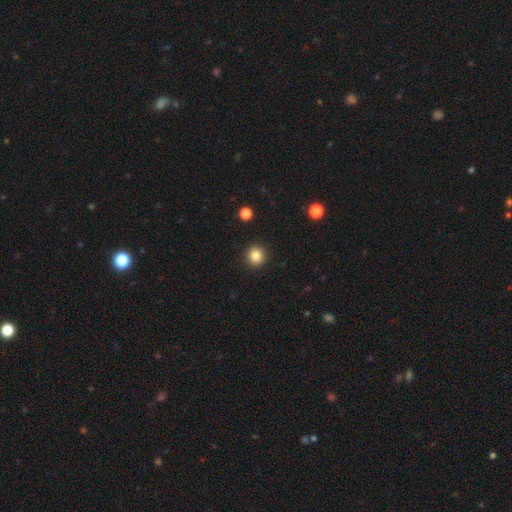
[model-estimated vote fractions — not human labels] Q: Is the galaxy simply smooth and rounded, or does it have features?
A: smooth — 84%.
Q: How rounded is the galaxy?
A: round — 94%.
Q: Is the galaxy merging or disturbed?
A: none — 93%.